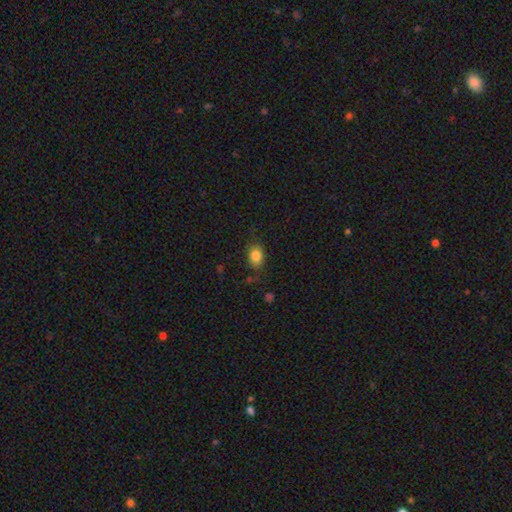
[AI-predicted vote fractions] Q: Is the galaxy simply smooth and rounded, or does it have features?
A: smooth — 83%.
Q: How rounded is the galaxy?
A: in between — 66%.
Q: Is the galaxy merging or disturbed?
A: none — 77%.